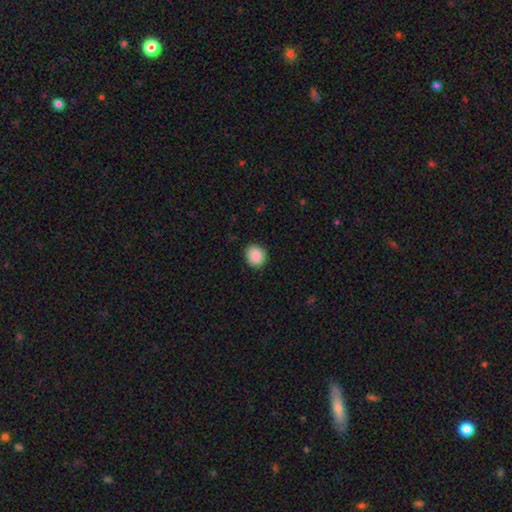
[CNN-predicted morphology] Smooth or featured? Predicted: smooth (p=0.89). How rounded? Predicted: round (p=0.76). Merging? Predicted: none (p=0.87).